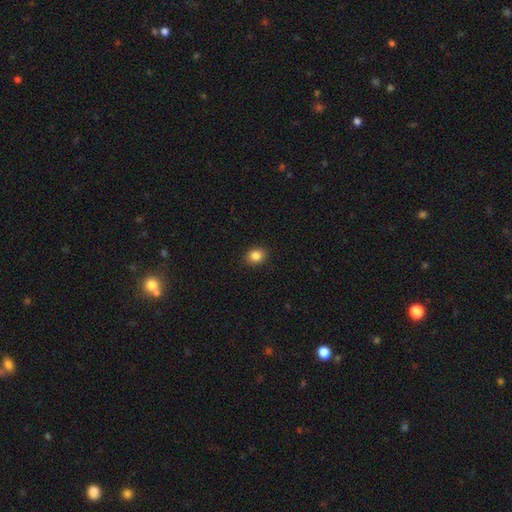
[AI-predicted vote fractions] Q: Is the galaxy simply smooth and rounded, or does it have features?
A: smooth — 85%.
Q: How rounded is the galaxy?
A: round — 64%.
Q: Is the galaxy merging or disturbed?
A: none — 90%.